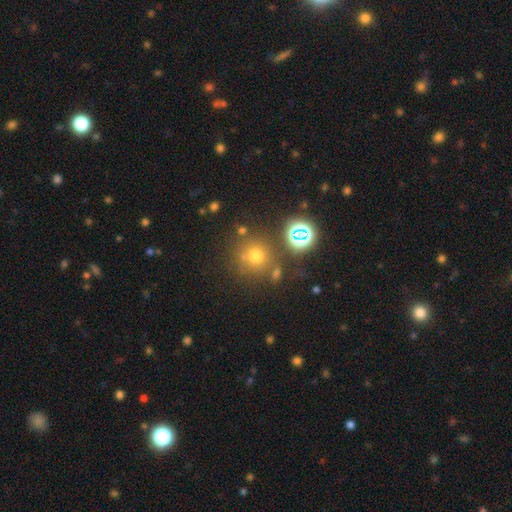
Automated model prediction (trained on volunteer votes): Smooth or featured? Predicted: smooth (p=0.63). How rounded? Predicted: round (p=0.92). Merging? Predicted: none (p=0.74).